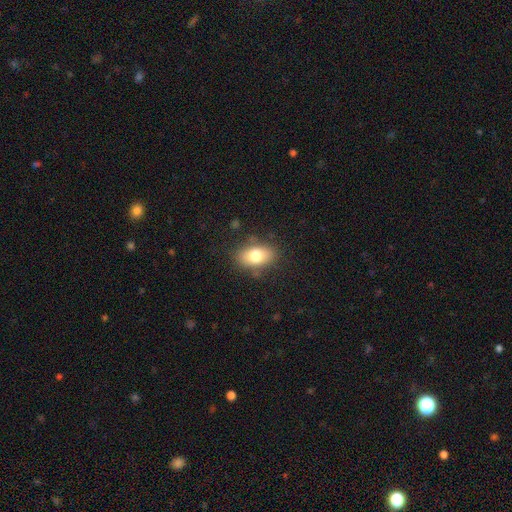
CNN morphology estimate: Smooth or featured? smooth (75%)
How rounded? in between (85%)
Merging? none (80%)